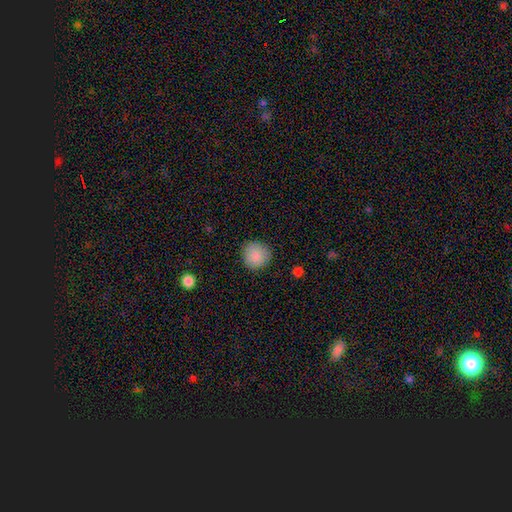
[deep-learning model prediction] Smooth or featured: smooth — 88% (star or artifact — 8%)
How rounded: round — 92% (in between — 7%)
Merging: none — 87% (minor disturbance — 10%)